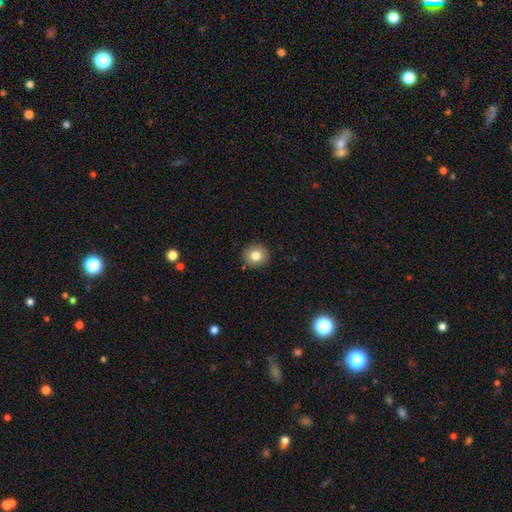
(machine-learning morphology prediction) Overall: smooth (81%). How rounded: round (91%). Merging: none (90%).